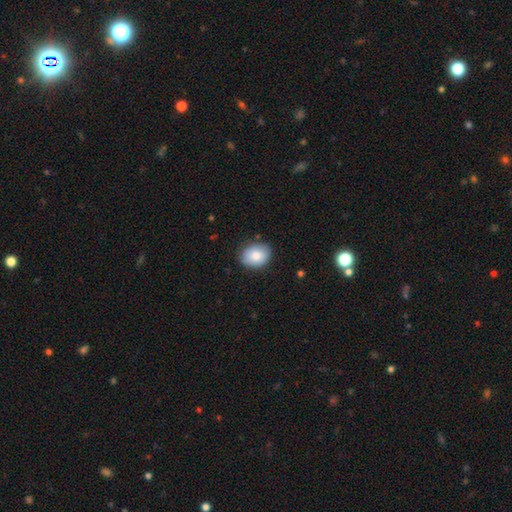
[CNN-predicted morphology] smooth_or_featured: smooth (p=0.83) [alt: featured or disk p=0.10]
how_rounded: in between (p=0.59) [alt: round p=0.40]
merging: none (p=0.82) [alt: minor disturbance p=0.14]